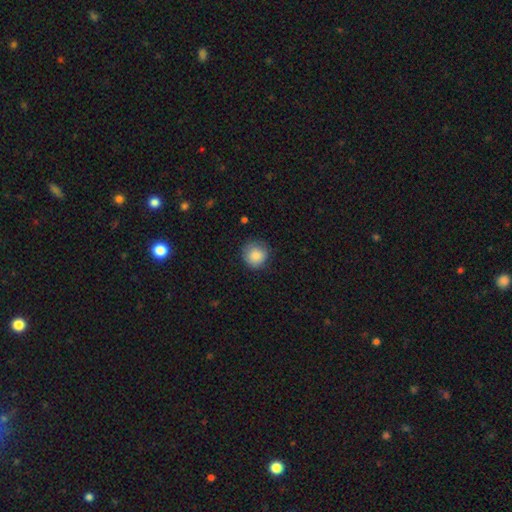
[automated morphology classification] smooth_or_featured: smooth (p=0.86) [alt: star or artifact p=0.08]
how_rounded: round (p=0.92) [alt: in between p=0.07]
merging: none (p=0.79) [alt: minor disturbance p=0.16]